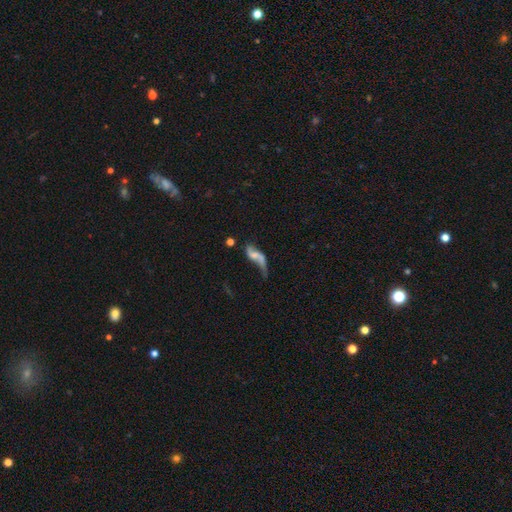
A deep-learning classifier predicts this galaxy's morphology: This appears to be a featured or disk galaxy (66%) with no bar (56%), spiral arms (77%) and a small central bulge (38%). Merging: major disturbance (33%).